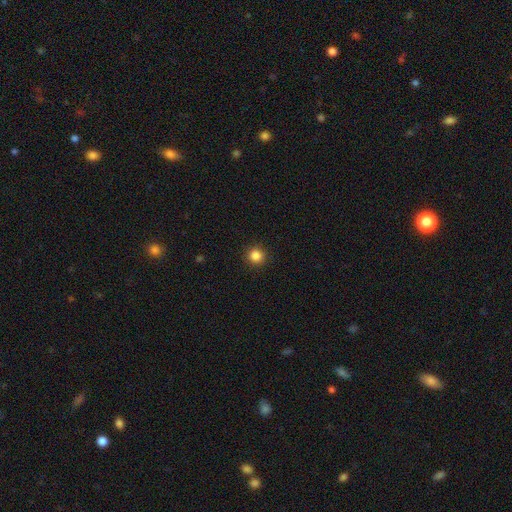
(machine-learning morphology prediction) A smooth galaxy with no disk features (85%) that is round (95%).

Vote fractions:
- Smooth or featured? smooth: 85% / star or artifact: 12% / featured or disk: 3%
- How rounded? round: 95% / in between: 4% / cigar-shaped: 1%
- Merging? none: 92% / minor disturbance: 5% / major disturbance: 2% / merger: 1%